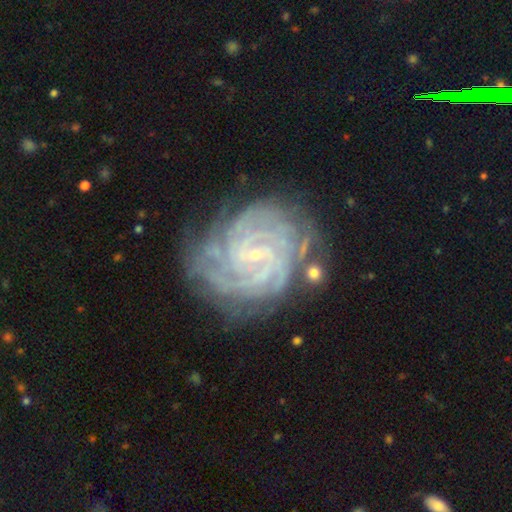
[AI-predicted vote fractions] Smooth or featured?
  - featured or disk: 90% *
  - star or artifact: 6%
  - smooth: 5%
Edge-on disk?
  - no: 98% *
  - yes: 2%
Bar?
  - no: 52% *
  - weak: 36%
  - strong: 12%
Spiral arms?
  - yes: 98% *
  - no: 2%
Spiral winding?
  - tight: 82% *
  - medium: 15%
  - loose: 3%
Spiral arm count?
  - 4: 27% *
  - more than 4: 26%
  - can't tell: 19%
  - 3: 12%
  - 2: 9%
  - 1: 7%
Bulge size?
  - small: 89% *
  - moderate: 7%
  - none: 3%
  - large: 1%
  - dominant: 1%
Merging?
  - none: 74% *
  - minor disturbance: 17%
  - major disturbance: 6%
  - merger: 3%